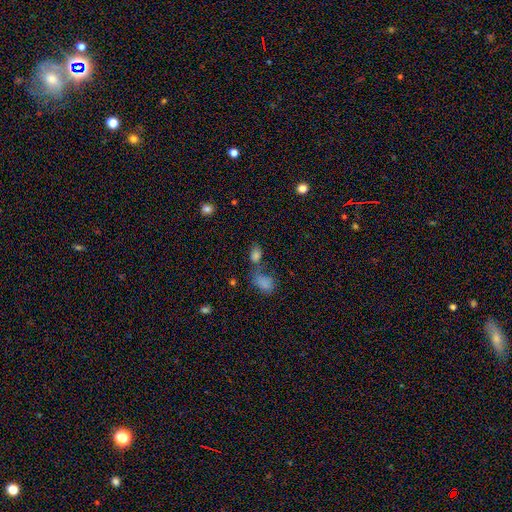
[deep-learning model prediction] A smooth galaxy with no disk features (75%) that is in between round and cigar-shaped (82%). Merging: none (46%).